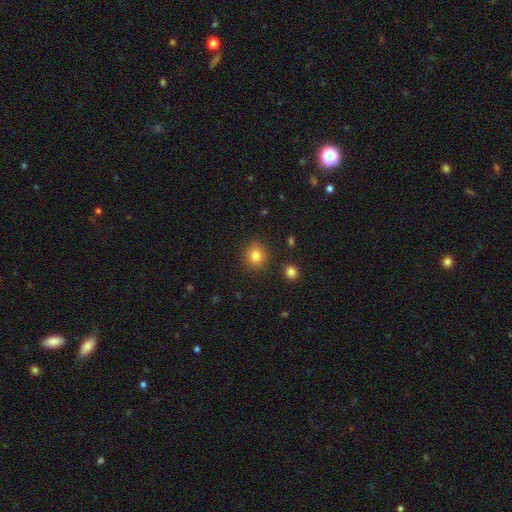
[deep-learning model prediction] Morphology: type=smooth (82%); roundness=round (87%); merging=none (89%).